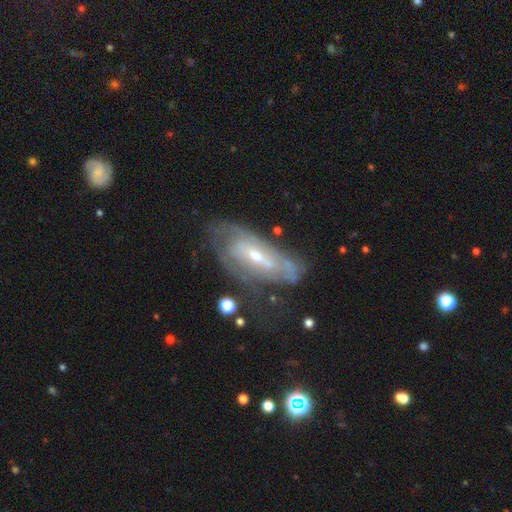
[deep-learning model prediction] This is likely a featured or disk galaxy (77%). It is clearly not viewed edge-on (86%). Bar: marginally weak (40%). Spiral arm pattern: likely yes (78%). Spiral arm count: possibly can't tell (53%). Spiral winding: possibly tight (57%). Central bulge: possibly small (56%). Merging: possibly none (52%).